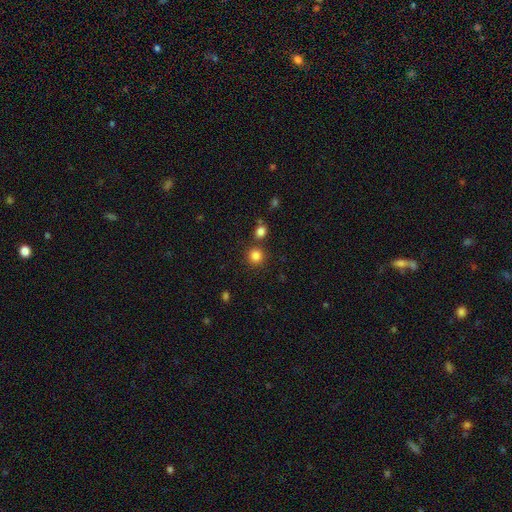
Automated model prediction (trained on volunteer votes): smooth_or_featured: smooth (p=0.84) [alt: star or artifact p=0.12]
how_rounded: round (p=0.91) [alt: in between p=0.08]
merging: none (p=0.80) [alt: merger p=0.10]